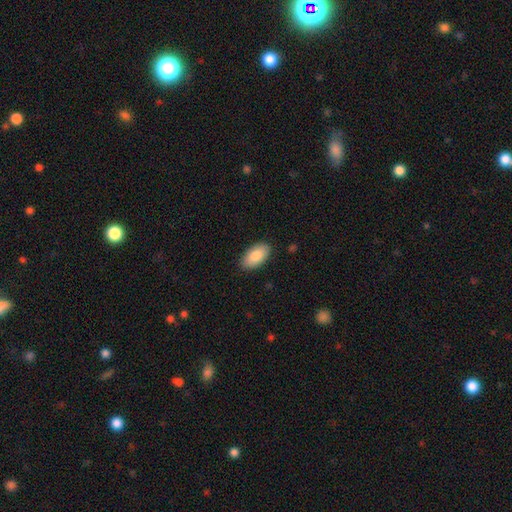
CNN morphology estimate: smooth_or_featured: smooth (p=0.86) [alt: featured or disk p=0.08]
how_rounded: in between (p=0.95) [alt: round p=0.03]
merging: none (p=0.87) [alt: minor disturbance p=0.10]